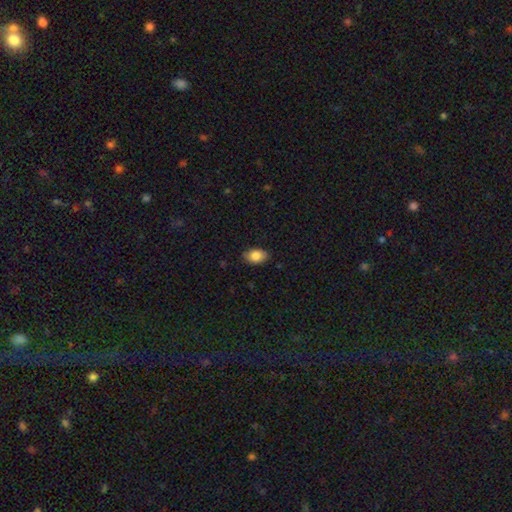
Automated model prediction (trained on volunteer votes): This appears to be a smooth galaxy with no disk features (84%) that is in between round and cigar-shaped (89%). Merging: none (86%).